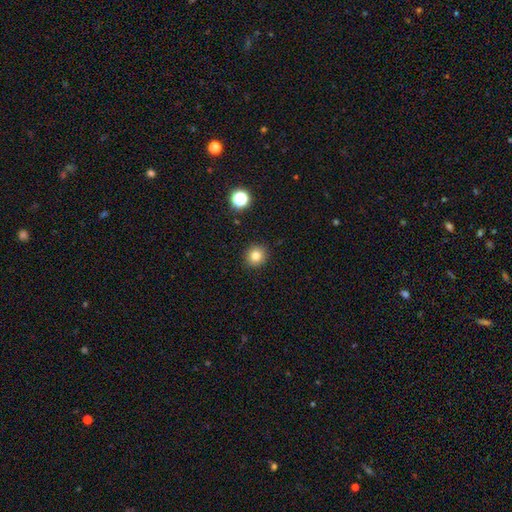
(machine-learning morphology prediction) The model was most divided on "smooth or featured": smooth: 81%, star or artifact: 13%, featured or disk: 6%. More confident: how rounded — round (92%); merging — none (91%).